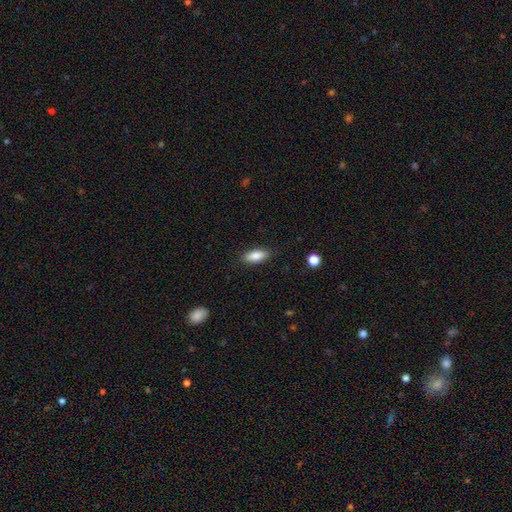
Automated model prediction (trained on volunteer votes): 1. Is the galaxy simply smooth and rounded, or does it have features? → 84% smooth, 9% featured or disk, 7% star or artifact.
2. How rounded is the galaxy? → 79% in between, 19% cigar-shaped, 2% round.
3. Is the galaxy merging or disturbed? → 87% none, 10% minor disturbance, 2% major disturbance, 1% merger.